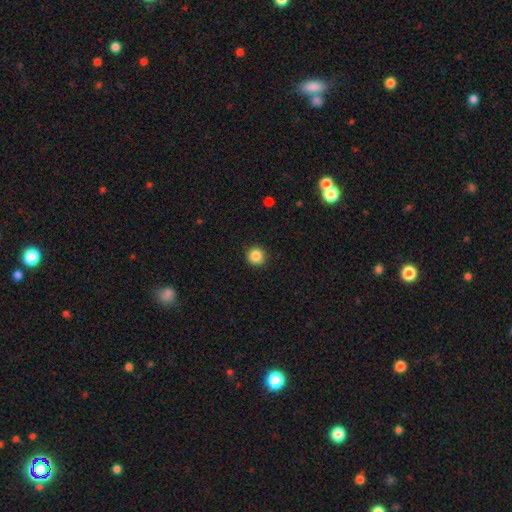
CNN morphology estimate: smooth_or_featured: smooth (p=0.86) [alt: star or artifact p=0.10]
how_rounded: round (p=0.94) [alt: in between p=0.06]
merging: none (p=0.90) [alt: minor disturbance p=0.07]